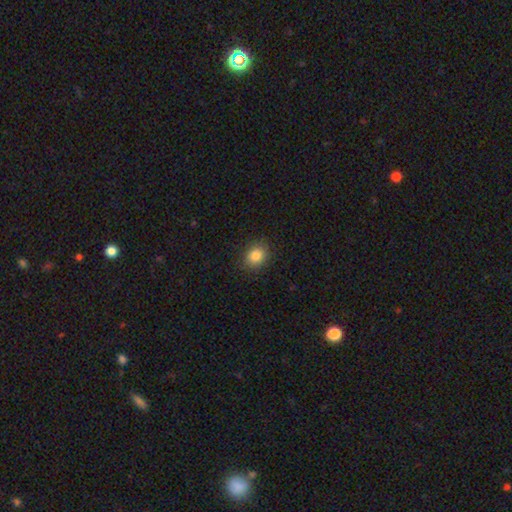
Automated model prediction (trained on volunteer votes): This is clearly a smooth galaxy (84%). How rounded: possibly round (57%). Merging: clearly none (88%).